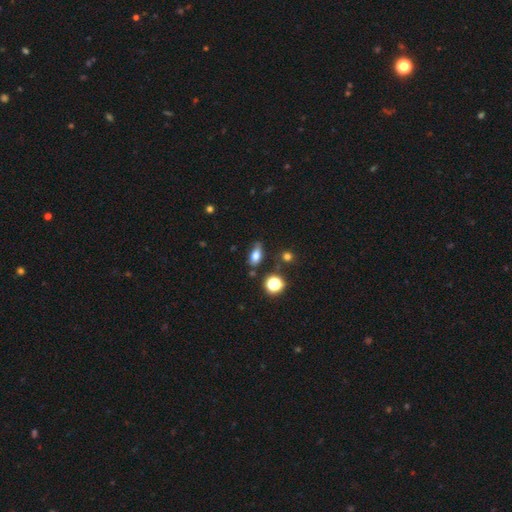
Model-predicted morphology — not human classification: Smooth or featured? smooth (74%)
How rounded? in between (80%)
Merging? none (68%)